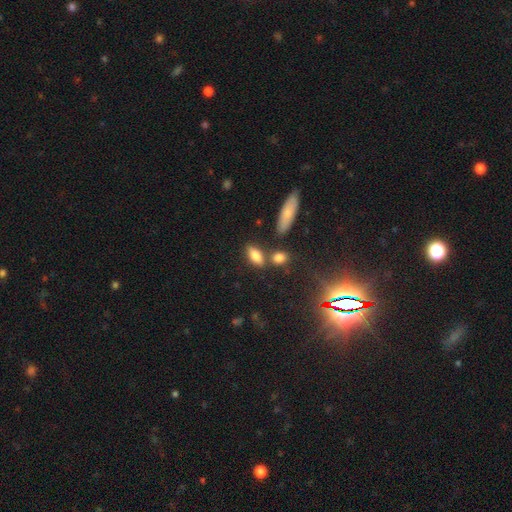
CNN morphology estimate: Smooth or featured: smooth — 80% (featured or disk — 11%)
How rounded: in between — 78% (cigar-shaped — 16%)
Merging: none — 68% (merger — 15%)